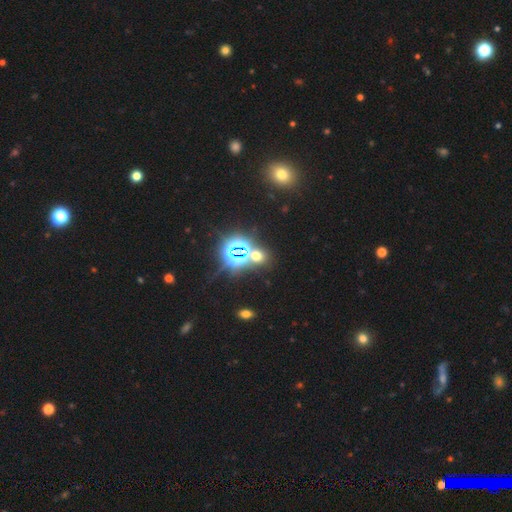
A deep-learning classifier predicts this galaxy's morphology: The model was most divided on "smooth or featured": star or artifact: 57%, smooth: 36%, featured or disk: 7%.